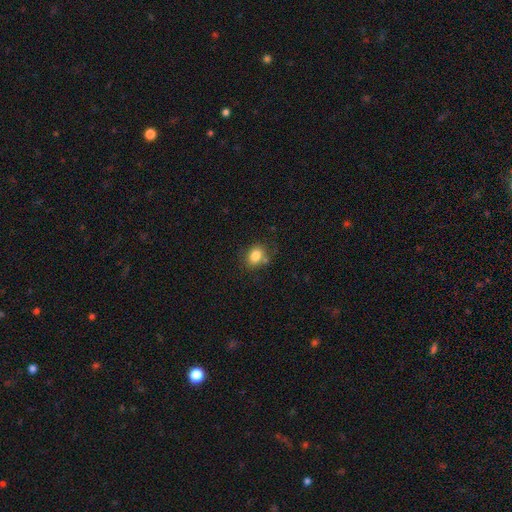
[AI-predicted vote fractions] Smooth or featured?
  - smooth: 83% *
  - star or artifact: 10%
  - featured or disk: 8%
How rounded?
  - in between: 57% *
  - round: 42%
  - cigar-shaped: 1%
Merging?
  - none: 68% *
  - minor disturbance: 17%
  - merger: 10%
  - major disturbance: 5%